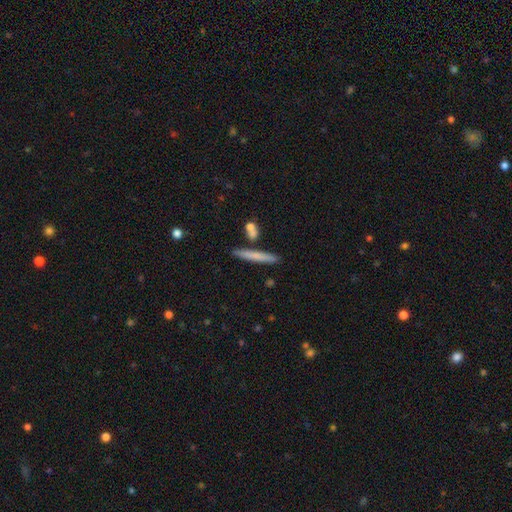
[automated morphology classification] The model was most divided on "smooth or featured": smooth: 67%, featured or disk: 27%, star or artifact: 6%. More confident: how rounded — cigar-shaped (95%); merging — none (84%).